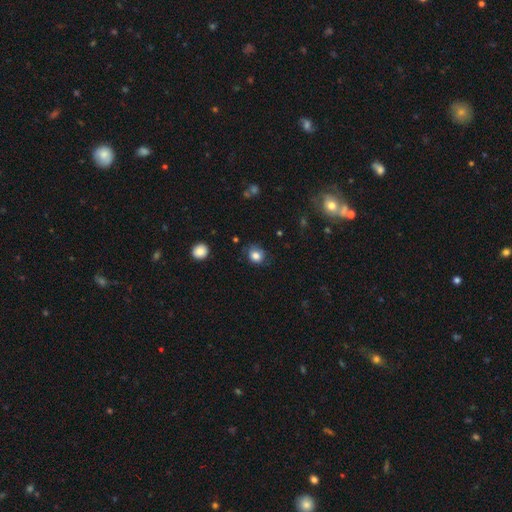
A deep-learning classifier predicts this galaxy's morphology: This is clearly a smooth galaxy (82%). How rounded: likely round (69%). Merging: likely none (73%).